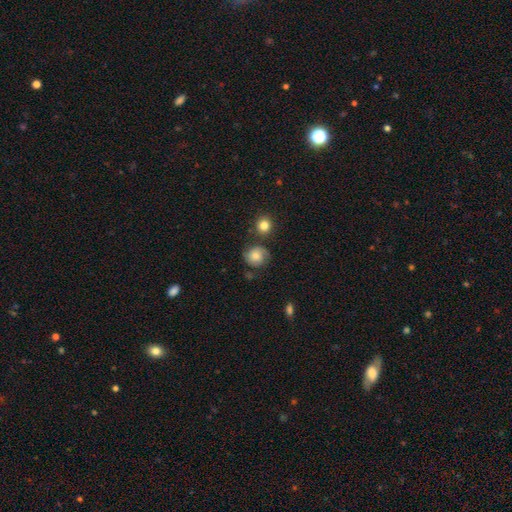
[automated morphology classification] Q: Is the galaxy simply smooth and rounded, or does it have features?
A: smooth — 54%.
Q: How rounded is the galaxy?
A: round — 83%.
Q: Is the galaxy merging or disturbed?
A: none — 70%.